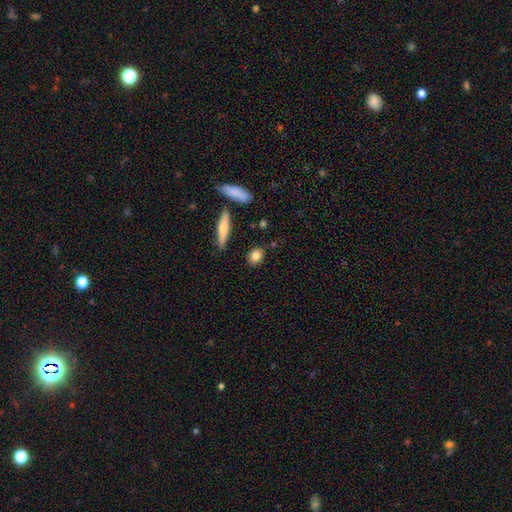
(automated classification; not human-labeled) Morphology: type=smooth (83%); roundness=in between (55%); merging=none (84%).